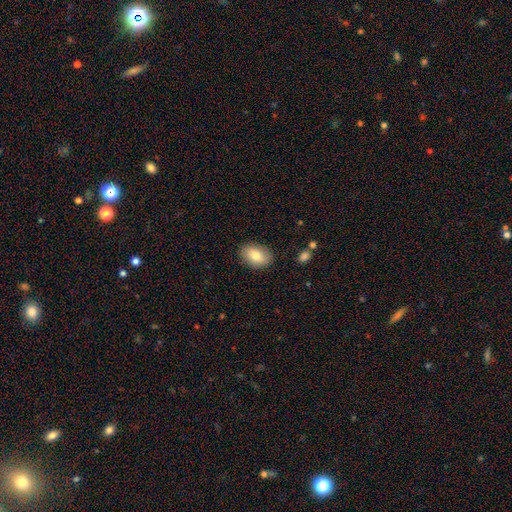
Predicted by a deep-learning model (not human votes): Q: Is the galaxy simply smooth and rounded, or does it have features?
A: smooth — 79%.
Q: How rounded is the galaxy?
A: in between — 85%.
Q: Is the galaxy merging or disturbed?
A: none — 87%.